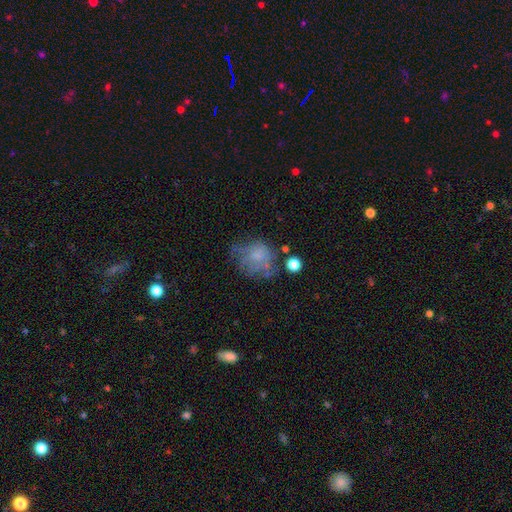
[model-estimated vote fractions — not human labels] This appears to be a smooth galaxy with no disk features (47%). Merging: none (44%).